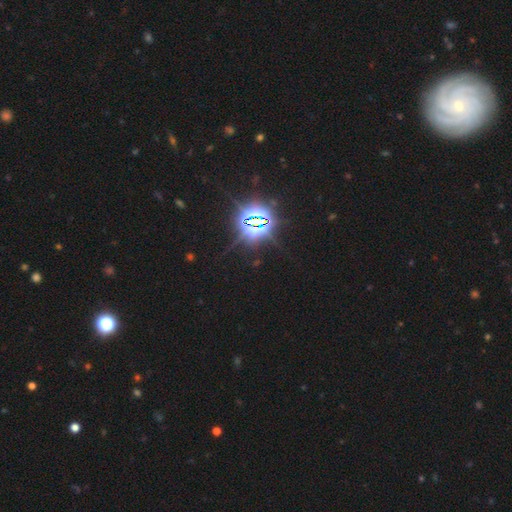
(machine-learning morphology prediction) smooth-or-featured: star or artifact: 84% | smooth: 10% | featured or disk: 6%